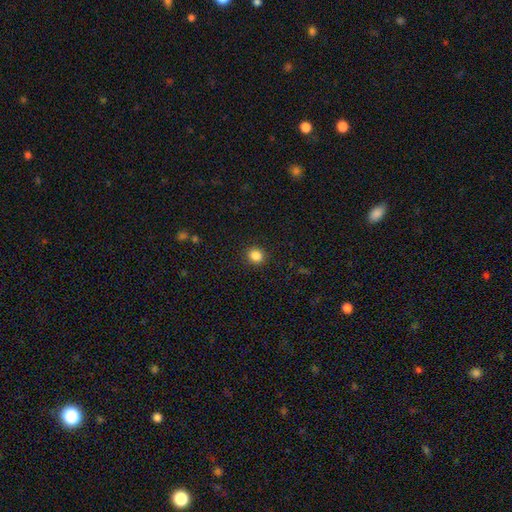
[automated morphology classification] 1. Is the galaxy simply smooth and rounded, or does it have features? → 85% smooth, 11% star or artifact, 4% featured or disk.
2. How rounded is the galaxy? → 89% round, 10% in between, 1% cigar-shaped.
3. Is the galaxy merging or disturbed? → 92% none, 5% minor disturbance, 2% major disturbance, 1% merger.